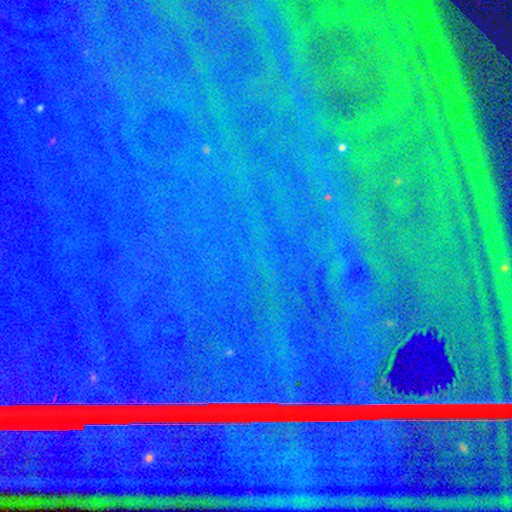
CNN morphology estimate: Smooth or featured? star or artifact (88%)